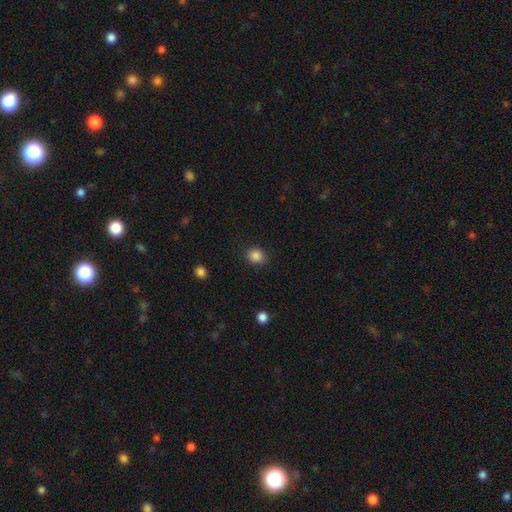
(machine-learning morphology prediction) The model was most divided on "how rounded": round: 70%, in between: 29%, cigar-shaped: 1%. More confident: merging — none (88%); smooth or featured — smooth (86%).